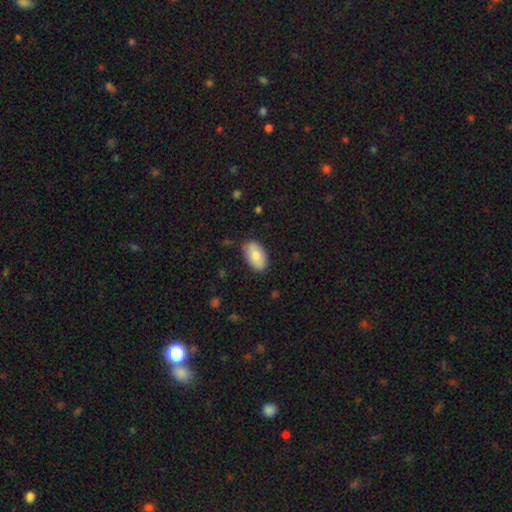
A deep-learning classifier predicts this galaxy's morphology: A smooth galaxy with no disk features (80%) that is in between round and cigar-shaped (93%). Merging: none (80%).